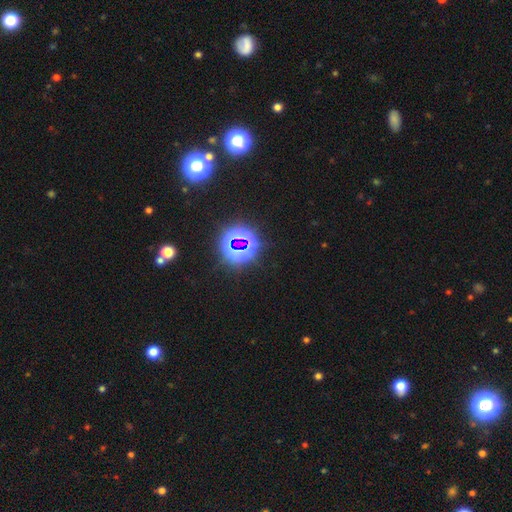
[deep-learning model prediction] This is likely a star or artifact rather than a galaxy (79%).